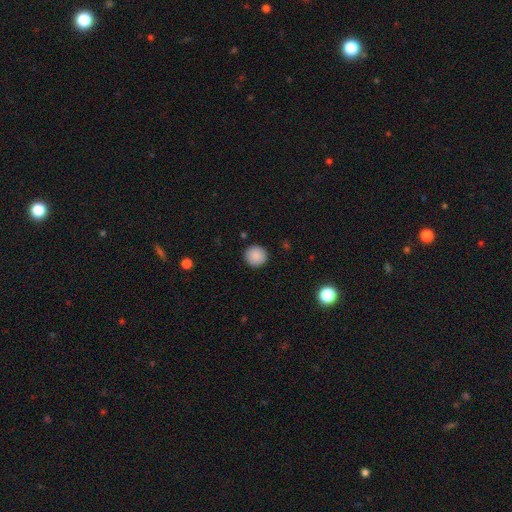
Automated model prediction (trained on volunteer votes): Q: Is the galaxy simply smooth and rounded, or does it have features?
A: smooth — 89%.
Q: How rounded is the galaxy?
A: round — 95%.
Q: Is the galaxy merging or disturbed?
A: none — 92%.